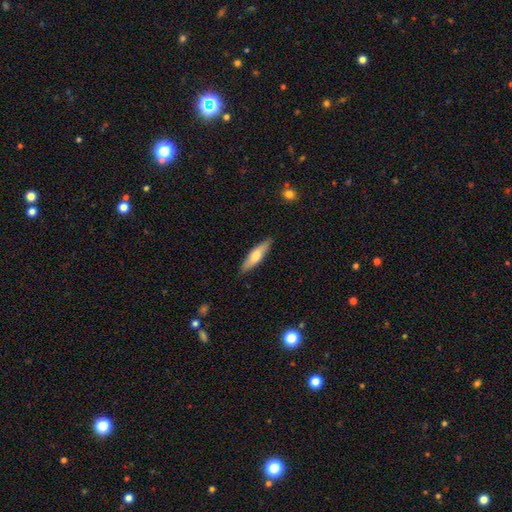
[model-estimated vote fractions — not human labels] smooth-or-featured: smooth: 64% | featured or disk: 31% | star or artifact: 6%
  how-rounded: cigar-shaped: 70% | in between: 28% | round: 2%
  merging: none: 88% | minor disturbance: 9% | major disturbance: 2% | merger: 1%